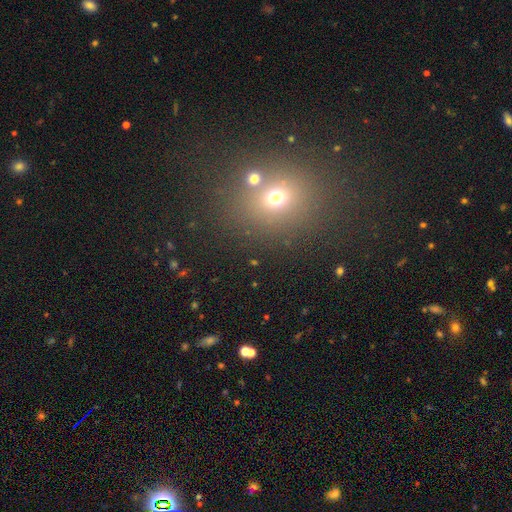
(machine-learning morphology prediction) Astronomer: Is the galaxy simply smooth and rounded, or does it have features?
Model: smooth — 51% (runner-up: star or artifact, 38%).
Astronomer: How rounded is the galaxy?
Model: round — 66%.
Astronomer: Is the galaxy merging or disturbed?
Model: none — 72%.